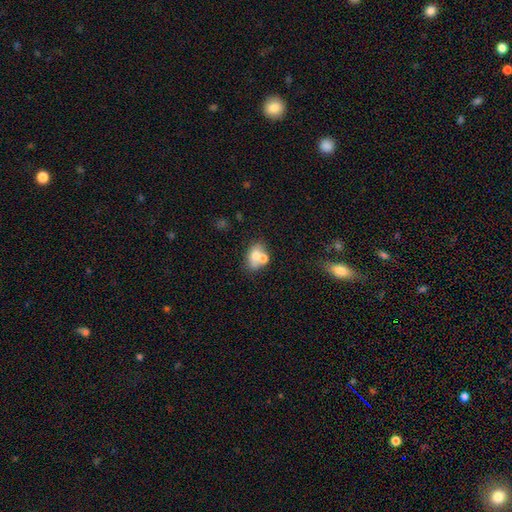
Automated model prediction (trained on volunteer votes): Smooth or featured? smooth (66%)
How rounded? in between (73%)
Merging? none (43%)